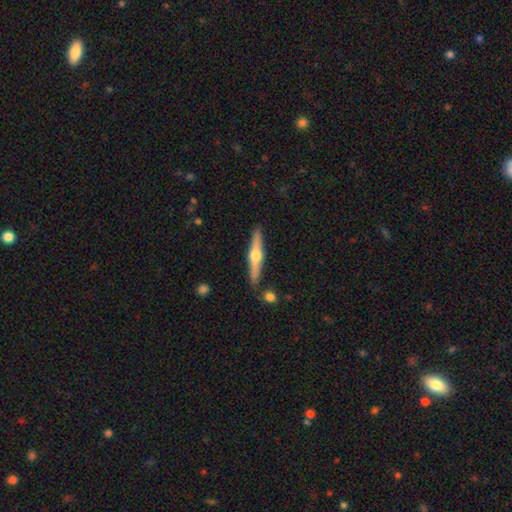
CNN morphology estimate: The model was most divided on "smooth or featured": featured or disk: 70%, smooth: 25%, star or artifact: 5%. More confident: edge-on disk — yes (97%); edge-on bulge — rounded (95%); merging — none (88%).